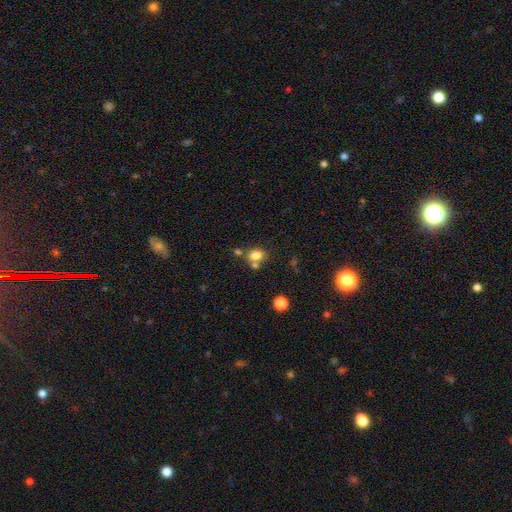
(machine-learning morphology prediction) Smooth or featured?
  - smooth: 79% *
  - star or artifact: 12%
  - featured or disk: 8%
How rounded?
  - in between: 52% *
  - round: 47%
  - cigar-shaped: 1%
Merging?
  - none: 56% *
  - merger: 28%
  - minor disturbance: 12%
  - major disturbance: 4%